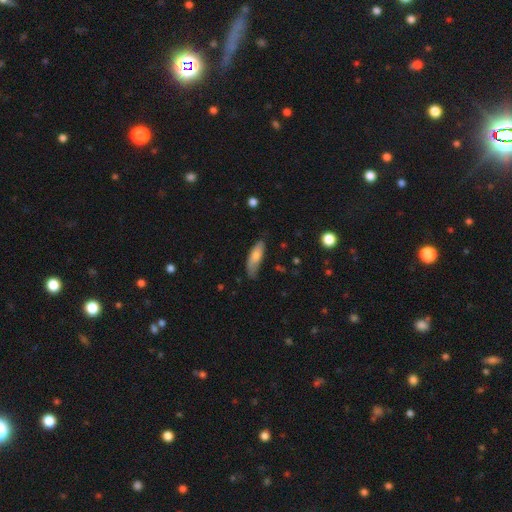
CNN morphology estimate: Smooth or featured? smooth (76%)
How rounded? in between (53%)
Merging? none (60%)